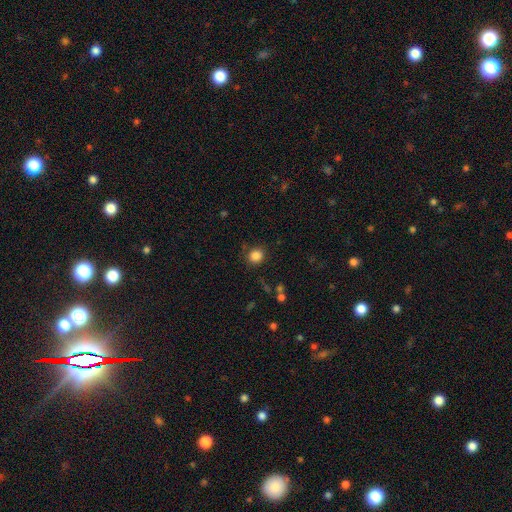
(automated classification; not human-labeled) Smooth or featured? smooth (85%)
How rounded? round (87%)
Merging? none (83%)